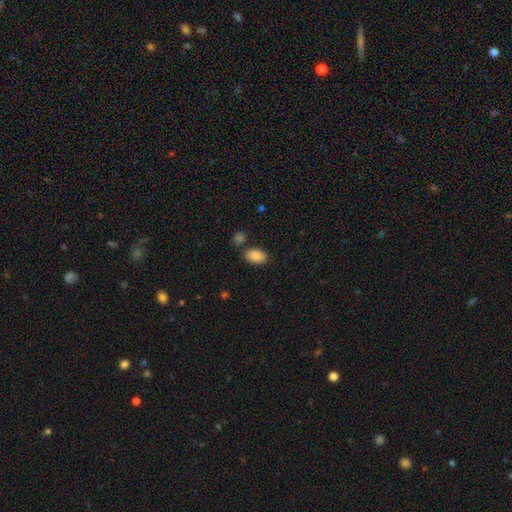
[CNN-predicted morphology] smooth-or-featured: smooth: 88% | star or artifact: 8% | featured or disk: 5%
  how-rounded: in between: 92% | round: 7% | cigar-shaped: 1%
  merging: none: 77% | minor disturbance: 11% | merger: 8% | major disturbance: 3%